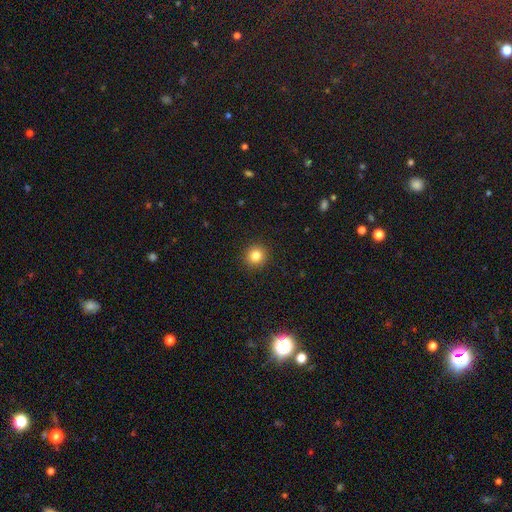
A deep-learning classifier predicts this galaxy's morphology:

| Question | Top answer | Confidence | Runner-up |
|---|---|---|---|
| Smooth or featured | smooth | 82% | star or artifact (12%) |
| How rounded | round | 93% | in between (6%) |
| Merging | none | 93% | minor disturbance (5%) |